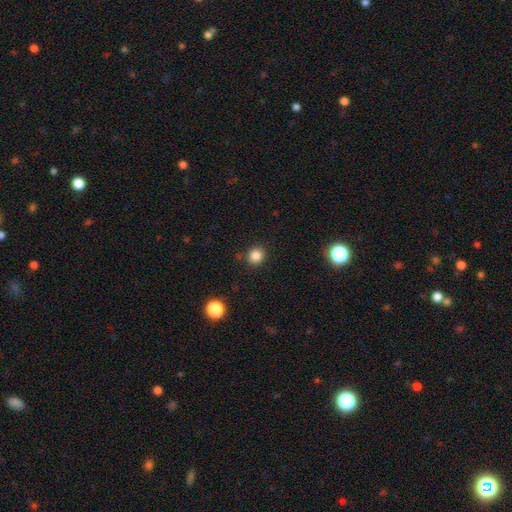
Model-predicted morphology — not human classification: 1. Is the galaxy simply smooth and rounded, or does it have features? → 84% smooth, 12% star or artifact, 4% featured or disk.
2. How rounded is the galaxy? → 87% round, 12% in between, 1% cigar-shaped.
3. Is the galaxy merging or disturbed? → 87% none, 8% minor disturbance, 3% merger, 2% major disturbance.